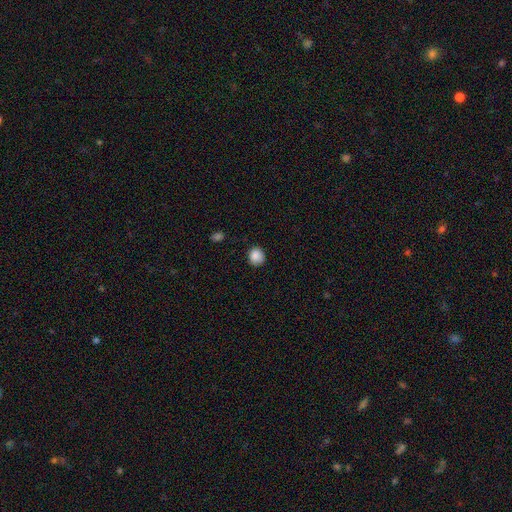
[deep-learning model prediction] smooth_or_featured: smooth (p=0.87) [alt: star or artifact p=0.09]
how_rounded: round (p=0.85) [alt: in between p=0.15]
merging: none (p=0.82) [alt: minor disturbance p=0.14]